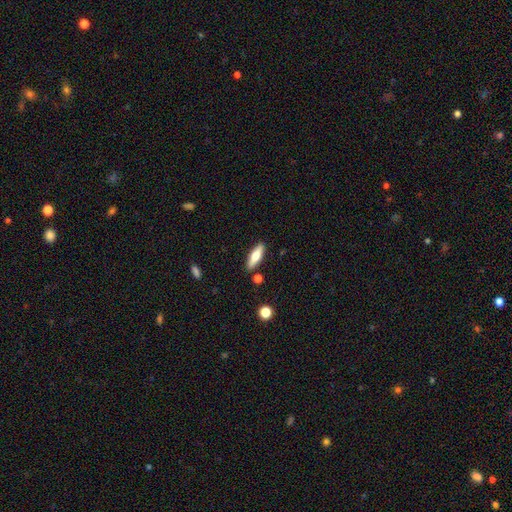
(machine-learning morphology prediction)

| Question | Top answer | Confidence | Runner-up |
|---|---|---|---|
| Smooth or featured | smooth | 60% | featured or disk (34%) |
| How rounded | cigar-shaped | 53% | in between (45%) |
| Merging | none | 85% | minor disturbance (9%) |